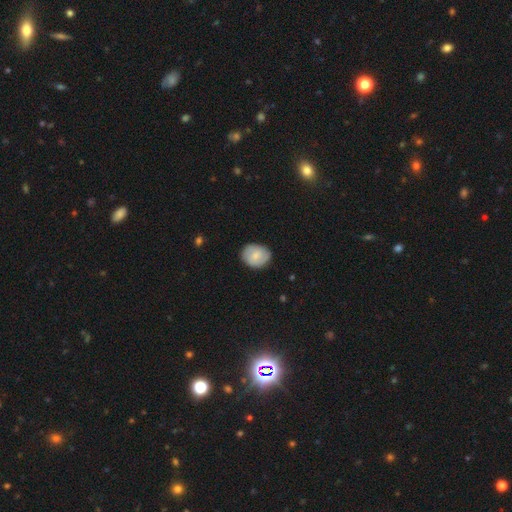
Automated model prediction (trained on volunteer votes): Smooth or featured: smooth — 69% (featured or disk — 24%)
How rounded: round — 55% (in between — 44%)
Merging: none — 83% (minor disturbance — 14%)